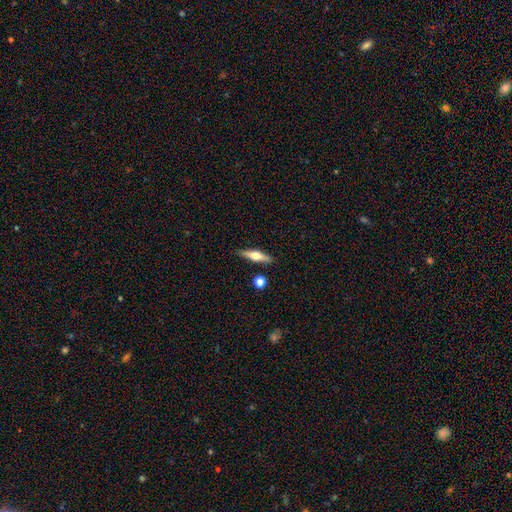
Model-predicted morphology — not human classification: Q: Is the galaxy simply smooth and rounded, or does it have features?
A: featured or disk — 49%.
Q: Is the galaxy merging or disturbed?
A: none — 85%.